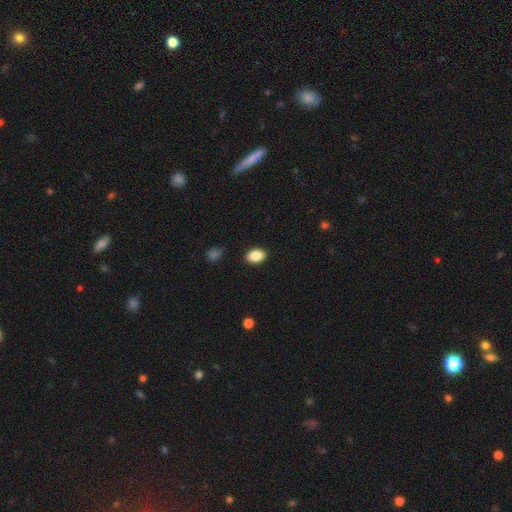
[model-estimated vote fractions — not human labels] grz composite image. It shows a smooth galaxy with no disk features (87%) that is in between round and cigar-shaped (87%). Merging: none (88%).